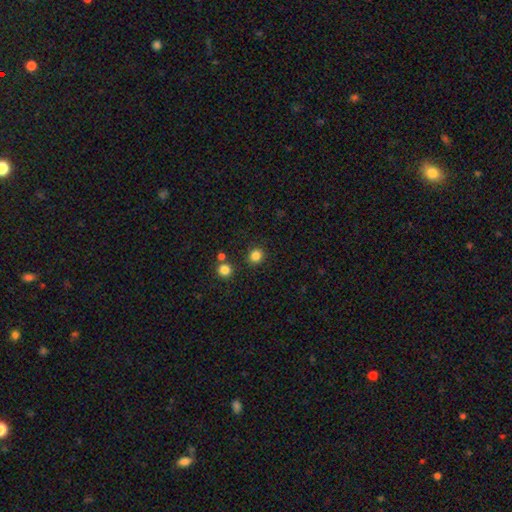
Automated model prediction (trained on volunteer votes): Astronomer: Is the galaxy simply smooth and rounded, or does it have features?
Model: smooth — 83%.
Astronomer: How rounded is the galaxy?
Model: round — 88%.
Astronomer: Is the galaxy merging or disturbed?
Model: none — 87%.